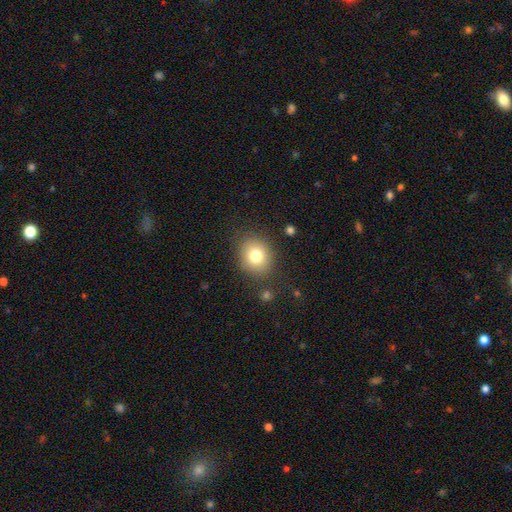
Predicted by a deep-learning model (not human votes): Smooth or featured? smooth (78%)
How rounded? round (66%)
Merging? none (84%)